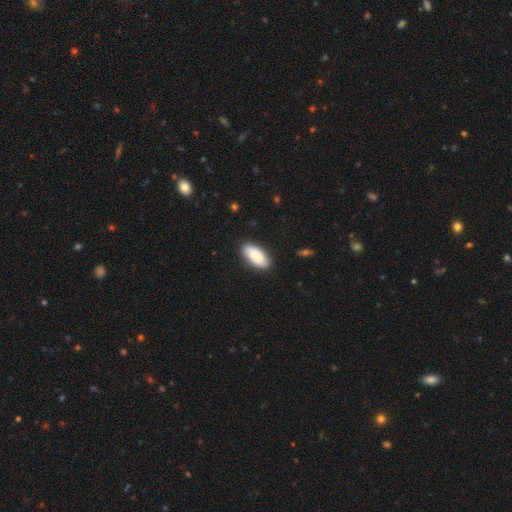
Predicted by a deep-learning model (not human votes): Q: Smooth or featured?
A: smooth (86%); runner-up: featured or disk (8%)
Q: How rounded?
A: in between (90%); runner-up: cigar-shaped (8%)
Q: Merging?
A: none (87%); runner-up: minor disturbance (10%)